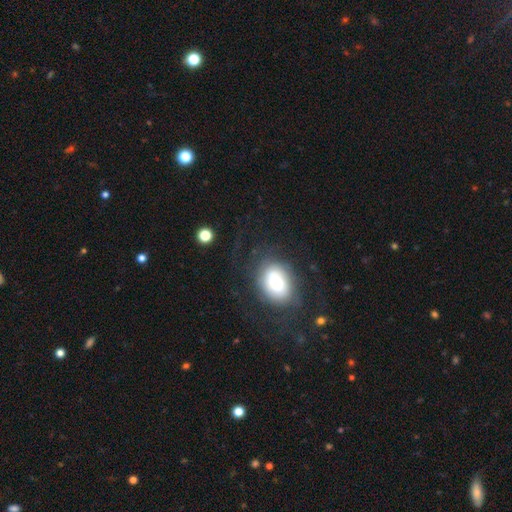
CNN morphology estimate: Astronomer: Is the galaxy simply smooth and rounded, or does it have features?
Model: smooth — 67%.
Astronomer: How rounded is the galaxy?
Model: in between — 72%.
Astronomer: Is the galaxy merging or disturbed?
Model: none — 85%.